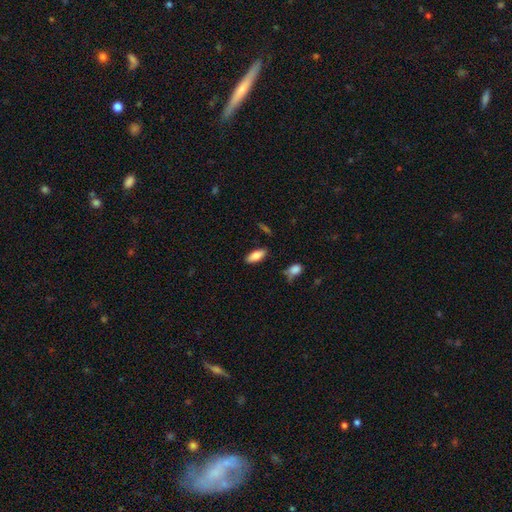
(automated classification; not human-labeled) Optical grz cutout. It shows a smooth galaxy with no disk features (82%) that is in between round and cigar-shaped (83%). Merging: none (83%).